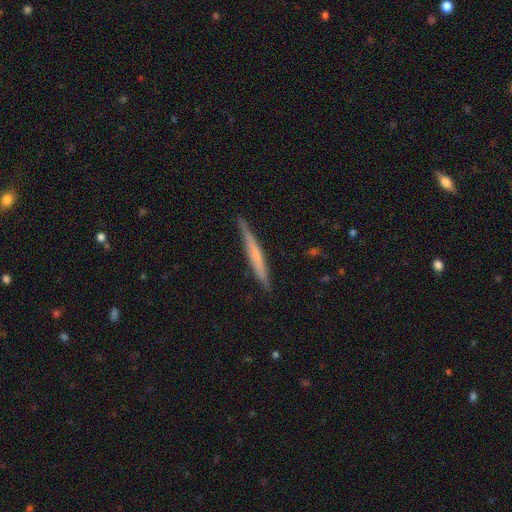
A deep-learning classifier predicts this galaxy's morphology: The model was most divided on "smooth or featured": featured or disk: 51%, smooth: 43%, star or artifact: 6%. More confident: edge-on disk — yes (96%); merging — none (86%).